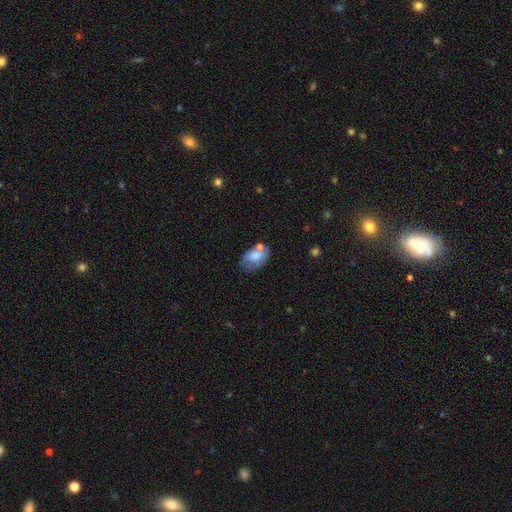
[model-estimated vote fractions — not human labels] Morphology: type=smooth (67%); roundness=in between (89%); merging=none (44%).